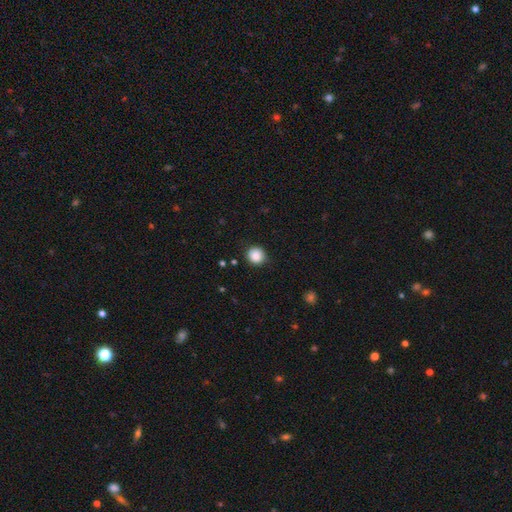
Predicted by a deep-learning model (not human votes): A smooth galaxy with no disk features (88%) that is round (88%). Merging: none (87%).